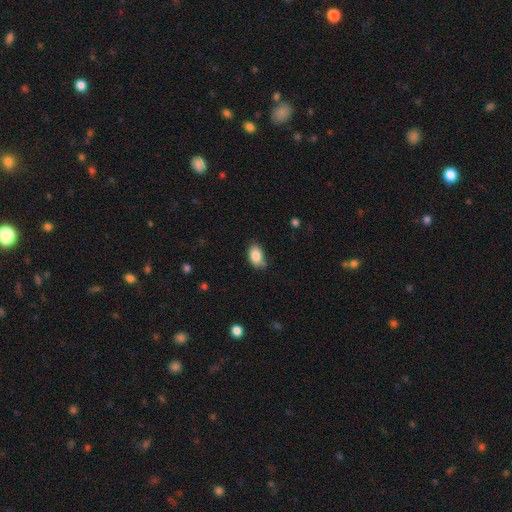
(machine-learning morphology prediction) type=smooth (86%); roundness=in between (90%); merging=none (71%).